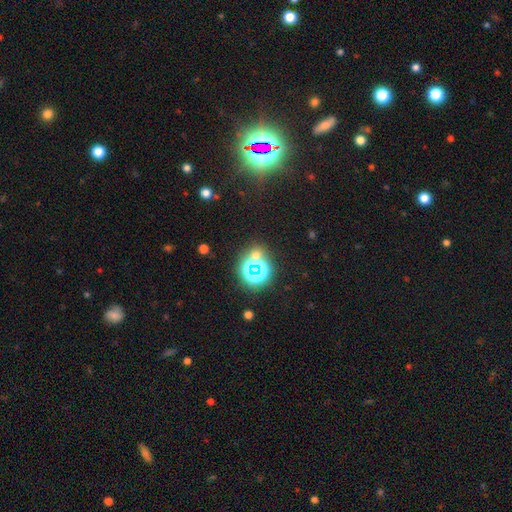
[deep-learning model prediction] Q: Smooth or featured?
A: star or artifact (64%); runner-up: smooth (27%)